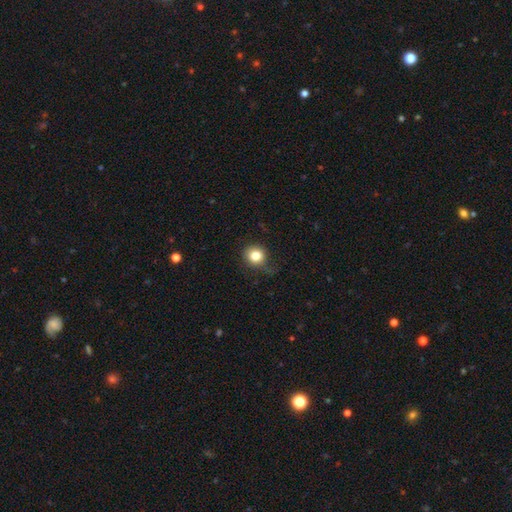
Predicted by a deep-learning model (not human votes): The model was most divided on "merging": none: 67%, minor disturbance: 22%, major disturbance: 10%, merger: 2%. More confident: how rounded — round (87%); smooth or featured — smooth (81%).